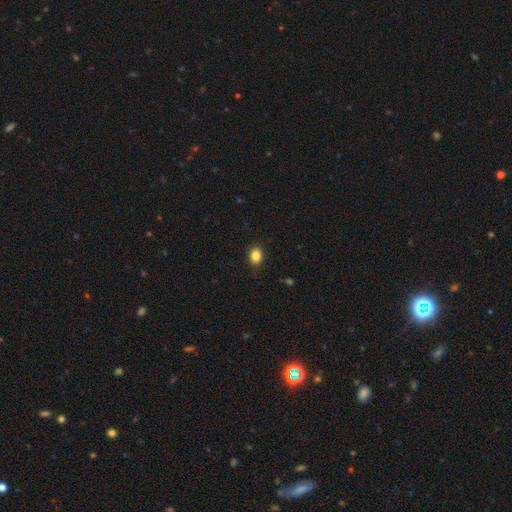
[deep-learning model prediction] Smooth or featured? smooth (85%)
How rounded? in between (53%)
Merging? none (89%)